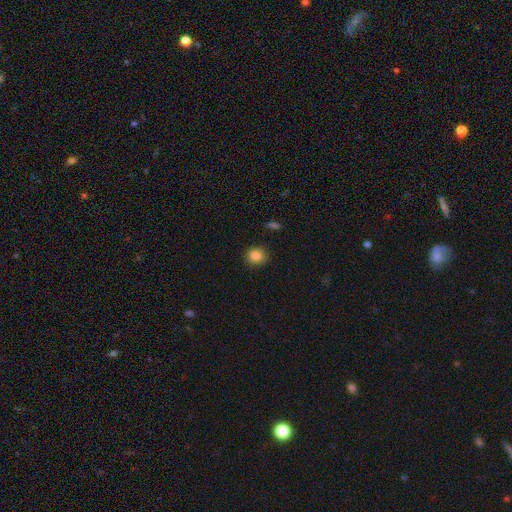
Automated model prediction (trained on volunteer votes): This appears to be a smooth galaxy with no disk features (86%) that is round (85%). Merging: none (89%).